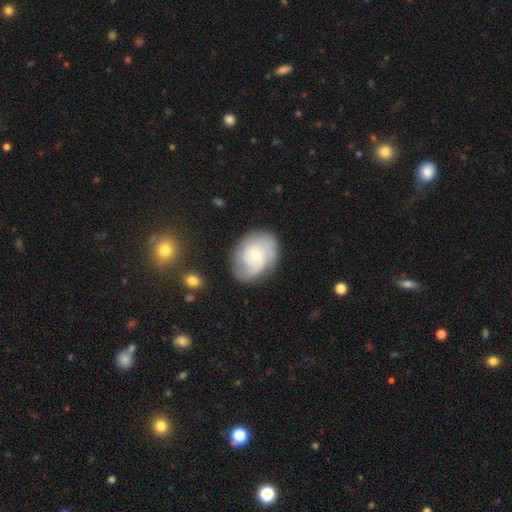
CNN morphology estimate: featured or disk 71%, smooth 22%, star or artifact 6%. Down the decision tree: edge-on disk — no (97%); bar — no (75%); spiral arms — yes (90%); spiral arm count — 2 (34%); spiral winding — tight (56%); bulge size — small (54%); merging — none (72%).